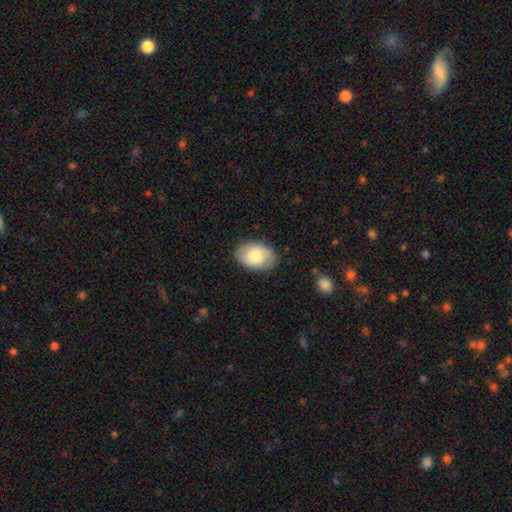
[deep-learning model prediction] Smooth or featured? smooth (67%)
How rounded? in between (85%)
Merging? none (83%)